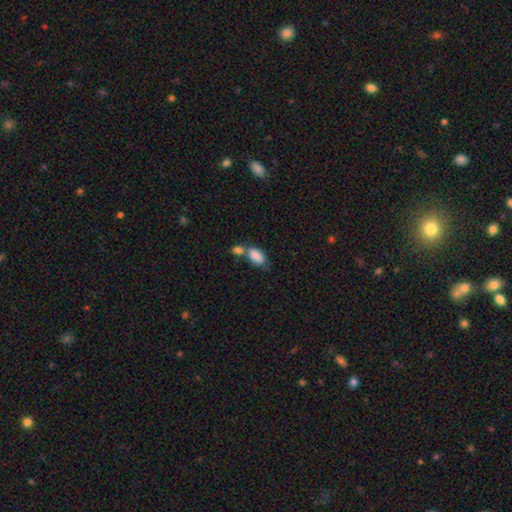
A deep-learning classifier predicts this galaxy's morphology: type=smooth (85%); roundness=in between (92%); merging=merger (50%).